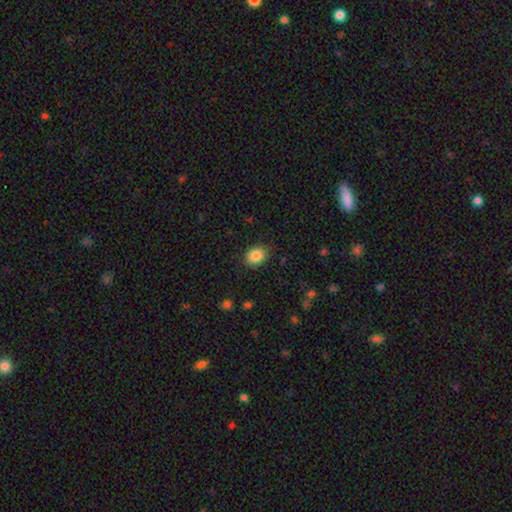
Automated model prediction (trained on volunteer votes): Q: Smooth or featured?
A: smooth (86%); runner-up: star or artifact (9%)
Q: How rounded?
A: in between (58%); runner-up: round (41%)
Q: Merging?
A: none (84%); runner-up: minor disturbance (12%)